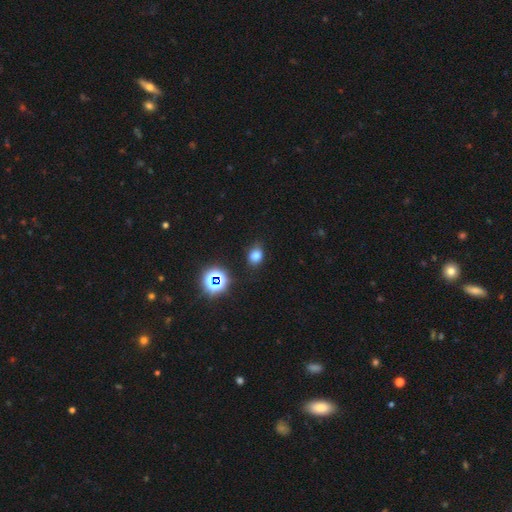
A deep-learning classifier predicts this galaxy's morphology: smooth_or_featured: smooth (p=0.75) [alt: star or artifact p=0.19]
how_rounded: in between (p=0.53) [alt: round p=0.46]
merging: none (p=0.82) [alt: minor disturbance p=0.13]